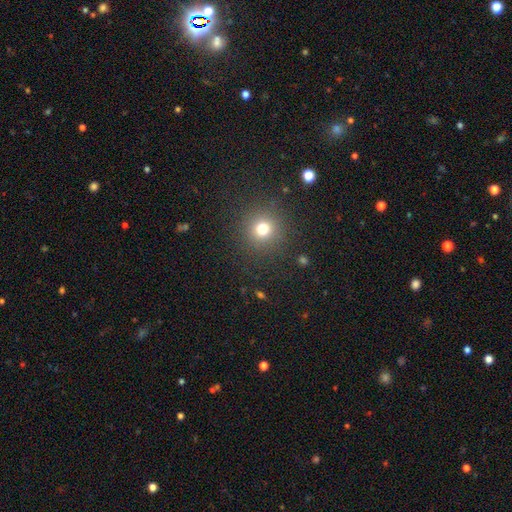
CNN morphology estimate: Smooth or featured?
  - smooth: 63% *
  - star or artifact: 32%
  - featured or disk: 6%
How rounded?
  - round: 95% *
  - in between: 4%
  - cigar-shaped: 1%
Merging?
  - none: 92% *
  - minor disturbance: 5%
  - major disturbance: 2%
  - merger: 1%